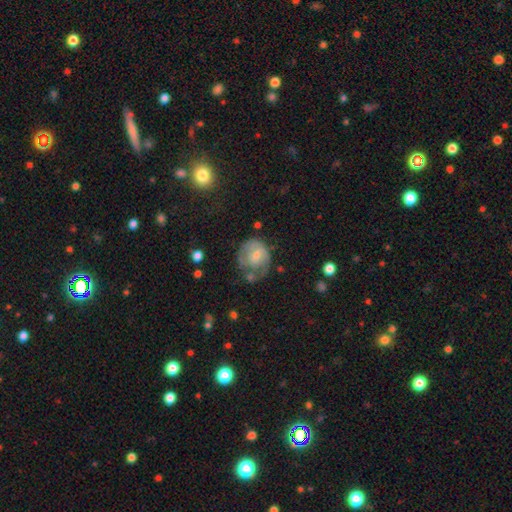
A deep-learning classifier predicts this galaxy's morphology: Smooth or featured: featured or disk — 55% (smooth — 36%)
Edge-on disk: no — 97% (yes — 3%)
Bar: no — 63% (weak — 32%)
Spiral arms: yes — 66% (no — 34%)
Bulge size: small — 52% (moderate — 39%)
Merging: none — 44% (minor disturbance — 28%)